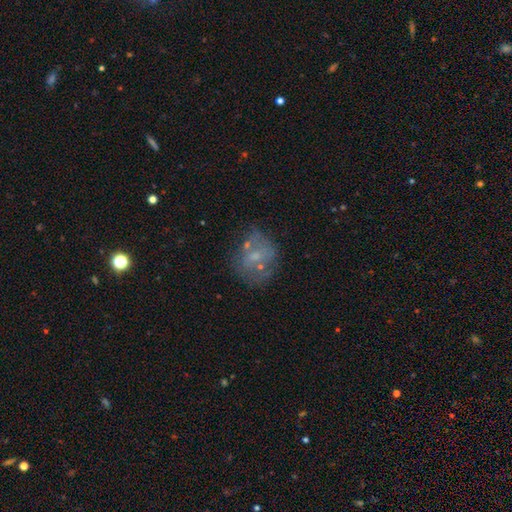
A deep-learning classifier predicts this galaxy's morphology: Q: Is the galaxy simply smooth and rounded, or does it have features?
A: featured or disk — 49%.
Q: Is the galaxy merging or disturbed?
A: none — 53%.